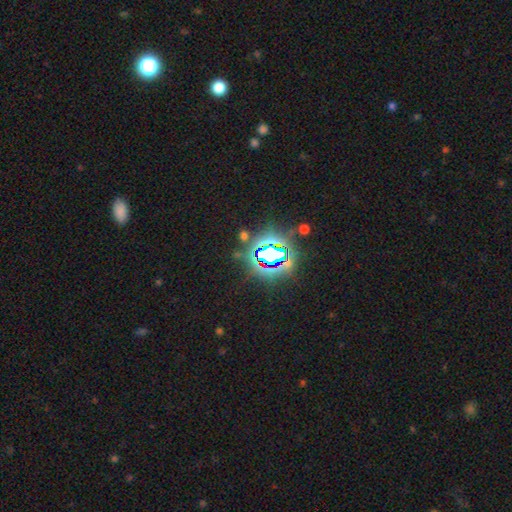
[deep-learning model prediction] Morphology: type=star or artifact (84%).